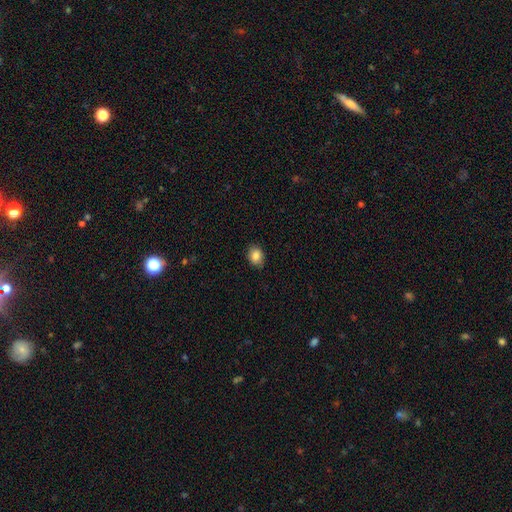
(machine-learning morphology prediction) This appears to be a smooth galaxy with no disk features (85%) that is in between round and cigar-shaped (52%). Merging: none (87%).